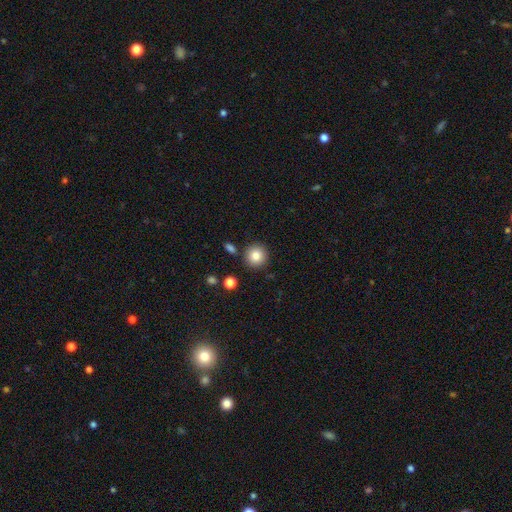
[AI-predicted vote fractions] smooth 83%, star or artifact 10%, featured or disk 7%. Down the decision tree: how rounded — round (93%); merging — none (87%).